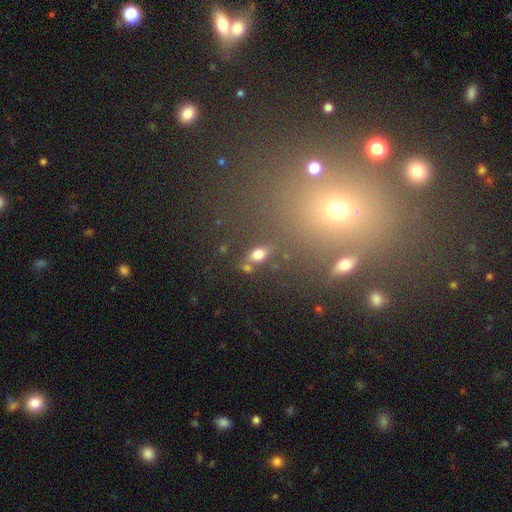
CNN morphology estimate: The model was most divided on "smooth or featured": smooth: 66%, star or artifact: 18%, featured or disk: 15%. More confident: how rounded — in between (79%); merging — none (72%).